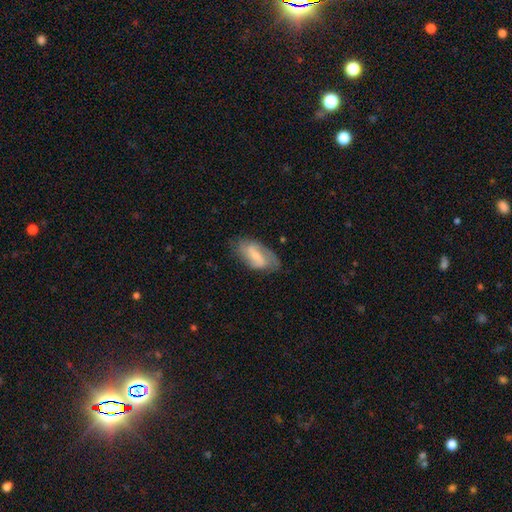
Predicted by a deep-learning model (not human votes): Smooth or featured? featured or disk (65%)
Edge-on disk? no (95%)
Bar? weak (48%)
Spiral arms? yes (87%)
Spiral winding? medium (45%)
Spiral arm count? 2 (76%)
Bulge size? small (54%)
Merging? none (67%)